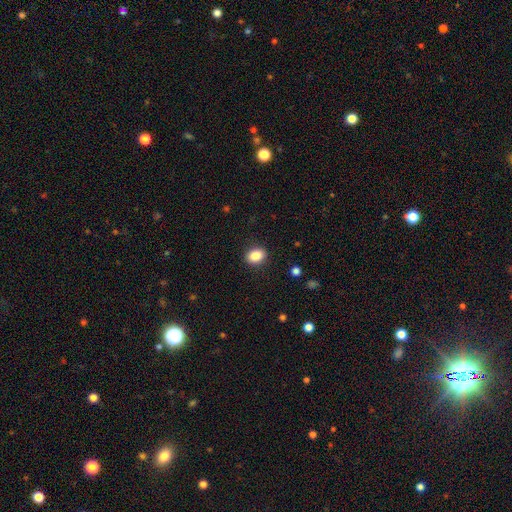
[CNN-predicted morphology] Smooth or featured?
  - smooth: 86% *
  - star or artifact: 9%
  - featured or disk: 5%
How rounded?
  - in between: 62% *
  - round: 37%
  - cigar-shaped: 1%
Merging?
  - none: 89% *
  - minor disturbance: 8%
  - major disturbance: 2%
  - merger: 1%